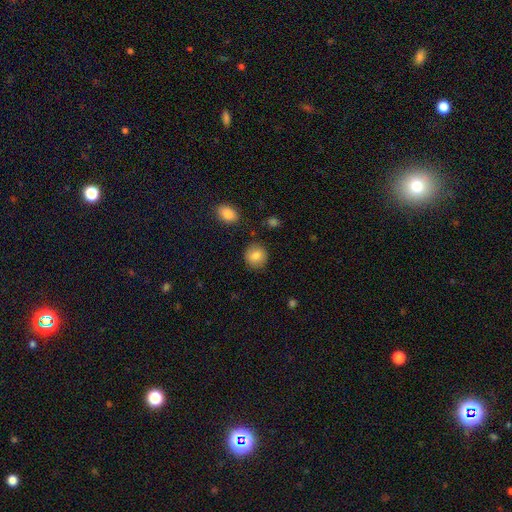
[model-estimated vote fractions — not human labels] Smooth or featured?
  - smooth: 84% *
  - star or artifact: 8%
  - featured or disk: 8%
How rounded?
  - round: 89% *
  - in between: 10%
  - cigar-shaped: 1%
Merging?
  - none: 88% *
  - minor disturbance: 8%
  - major disturbance: 2%
  - merger: 2%